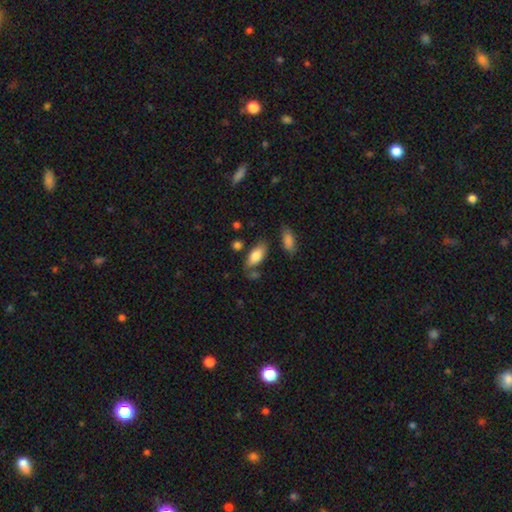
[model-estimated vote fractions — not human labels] Smooth or featured?
  - smooth: 80% *
  - featured or disk: 13%
  - star or artifact: 7%
How rounded?
  - in between: 87% *
  - cigar-shaped: 10%
  - round: 3%
Merging?
  - none: 70% *
  - minor disturbance: 18%
  - merger: 8%
  - major disturbance: 5%